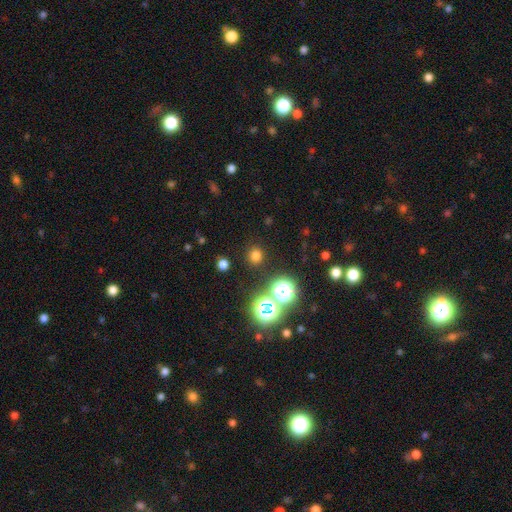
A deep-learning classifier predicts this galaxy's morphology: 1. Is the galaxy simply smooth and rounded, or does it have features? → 69% smooth, 25% star or artifact, 5% featured or disk.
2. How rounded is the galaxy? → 90% round, 9% in between, 1% cigar-shaped.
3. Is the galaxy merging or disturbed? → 88% none, 7% minor disturbance, 3% major disturbance, 3% merger.